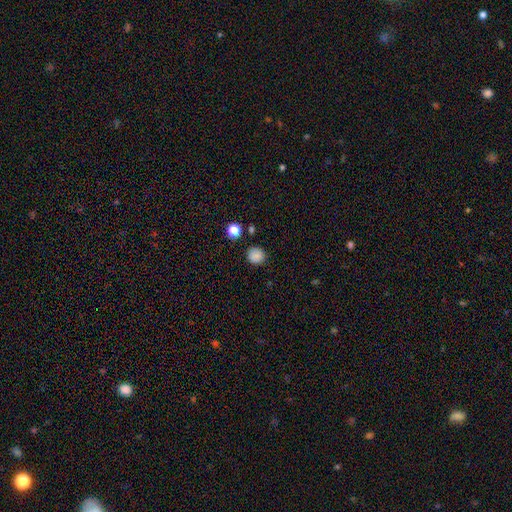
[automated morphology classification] Smooth or featured? smooth (84%)
How rounded? round (85%)
Merging? none (86%)